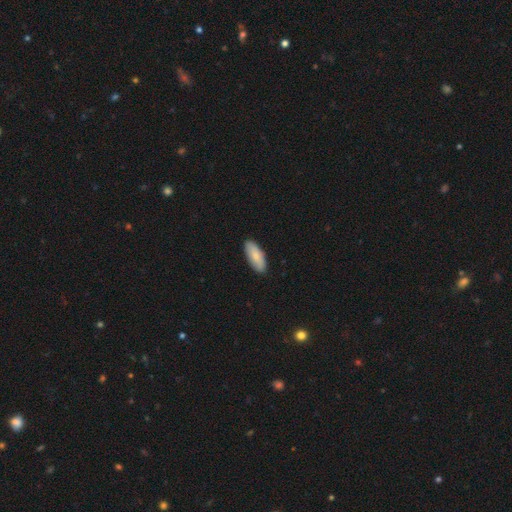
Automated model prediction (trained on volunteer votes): Smooth or featured? smooth (83%)
How rounded? in between (79%)
Merging? none (88%)